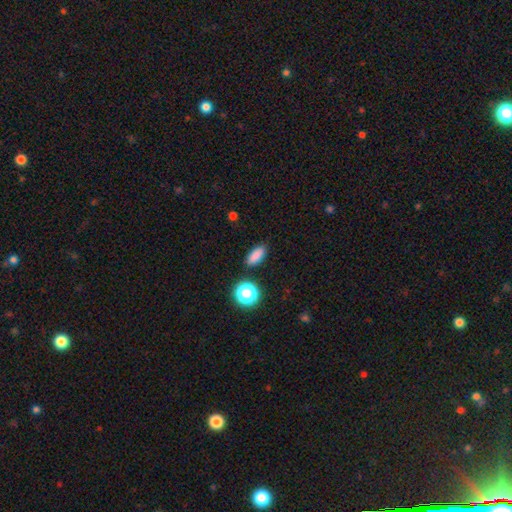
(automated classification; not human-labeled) Smooth or featured: smooth — 82% (star or artifact — 13%)
How rounded: in between — 76% (cigar-shaped — 14%)
Merging: none — 85% (minor disturbance — 10%)